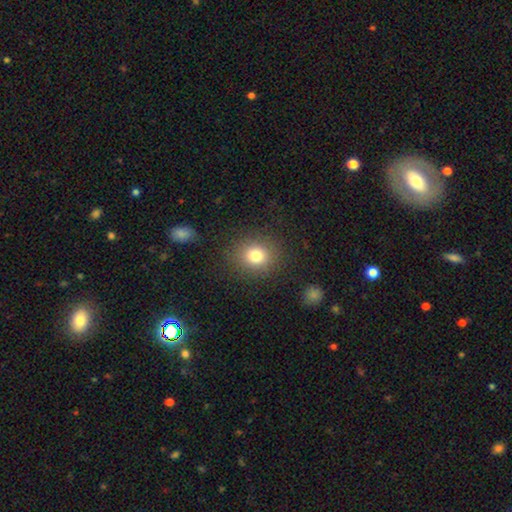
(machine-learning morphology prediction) Smooth or featured? Predicted: smooth (p=0.78). How rounded? Predicted: round (p=0.80). Merging? Predicted: none (p=0.86).